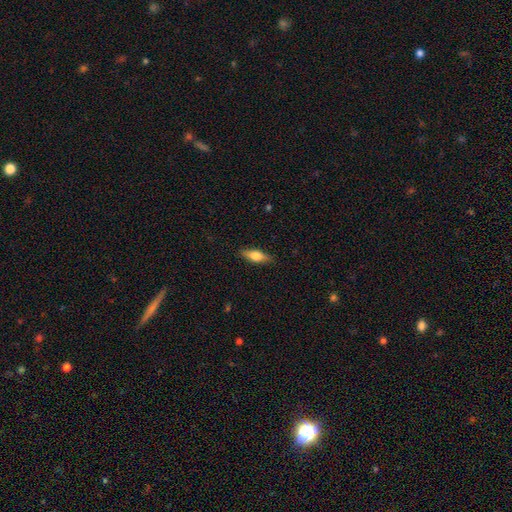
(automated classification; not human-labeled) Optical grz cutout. It shows a smooth galaxy with no disk features (65%) that is in between round and cigar-shaped (64%). Merging: none (86%).